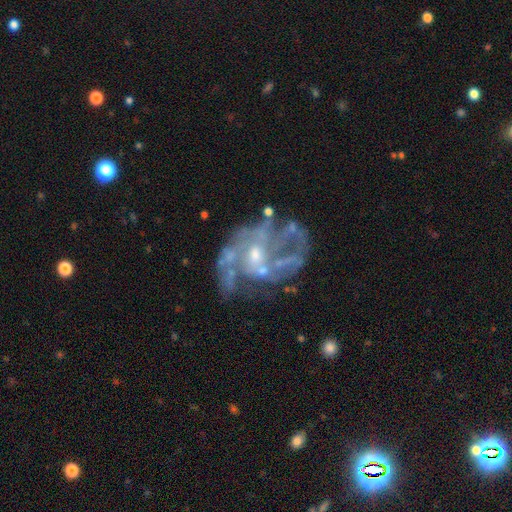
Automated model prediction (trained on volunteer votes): Overall: featured or disk (82%). Edge-on disk: no (98%). Bar: no (65%; weak 28%). Spiral arms: yes (71%). Spiral arm count: can't tell (37%; 2 22%). Spiral winding: medium (43%; tight 29%). Bulge size: small (53%; moderate 37%). Merging: none (51%; major disturbance 24%).